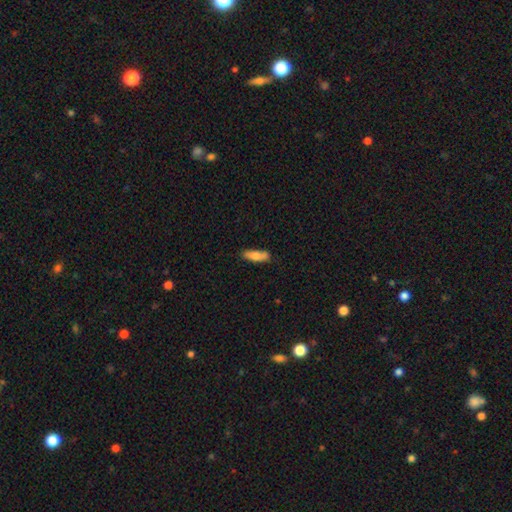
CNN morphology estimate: smooth-or-featured: smooth: 75% | featured or disk: 19% | star or artifact: 6%
  how-rounded: in between: 49% (tied) | cigar-shaped: 49% (tied) | round: 2%
  merging: none: 76% | minor disturbance: 18% | major disturbance: 3% | merger: 3%